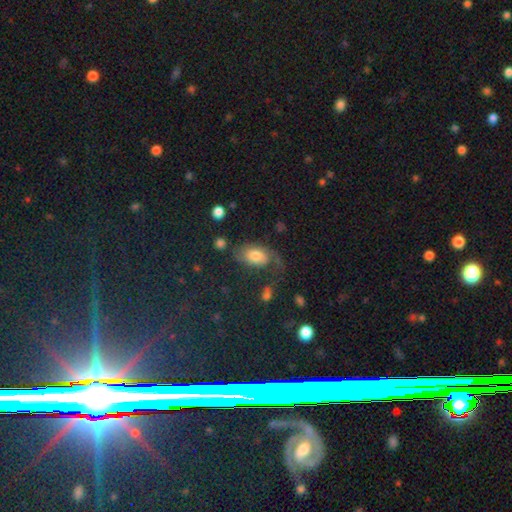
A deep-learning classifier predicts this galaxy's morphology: smooth_or_featured: smooth (p=0.57) [alt: featured or disk p=0.31]
how_rounded: in between (p=0.87) [alt: round p=0.10]
merging: none (p=0.42) [alt: major disturbance p=0.29]